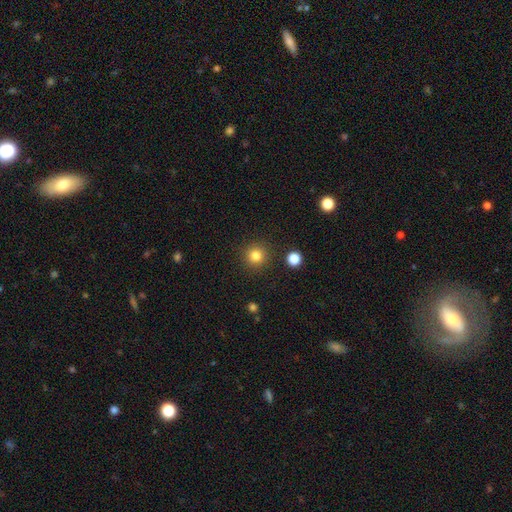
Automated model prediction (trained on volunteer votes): Smooth or featured? smooth (82%)
How rounded? round (95%)
Merging? none (91%)